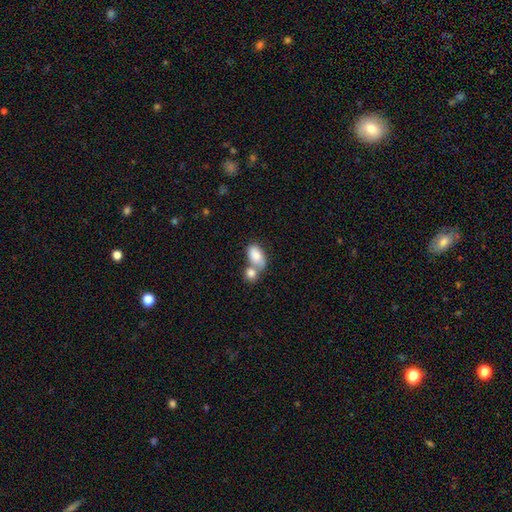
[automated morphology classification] The model was most divided on "merging": merger: 60%, none: 25%, minor disturbance: 10%, major disturbance: 6%. More confident: how rounded — in between (88%); smooth or featured — smooth (81%).